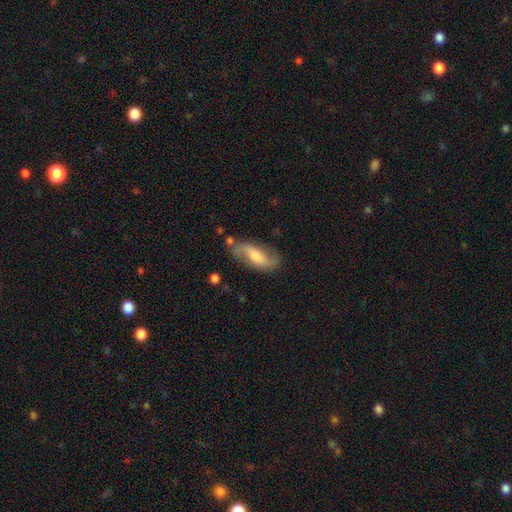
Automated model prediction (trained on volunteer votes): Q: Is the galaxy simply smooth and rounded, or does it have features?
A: featured or disk — 64%.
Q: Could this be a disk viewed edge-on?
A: no — 90%.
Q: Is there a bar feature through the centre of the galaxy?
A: weak — 43%.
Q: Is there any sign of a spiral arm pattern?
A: yes — 90%.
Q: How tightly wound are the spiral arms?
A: loose — 62%.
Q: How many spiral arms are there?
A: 2 — 88%.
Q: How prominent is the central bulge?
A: moderate — 51%.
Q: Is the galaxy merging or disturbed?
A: none — 71%.